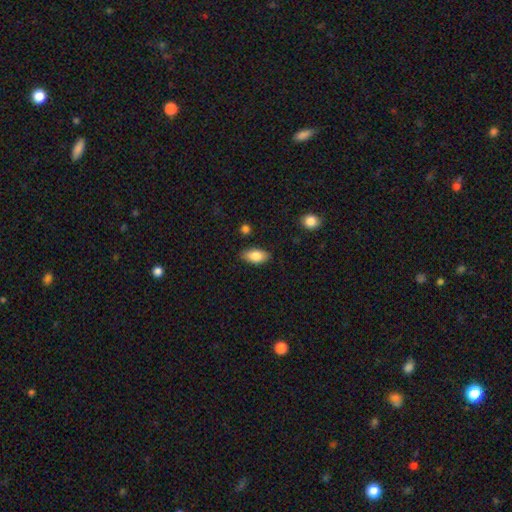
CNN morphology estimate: Overall: smooth (84%). How rounded: in between (91%). Merging: none (84%).